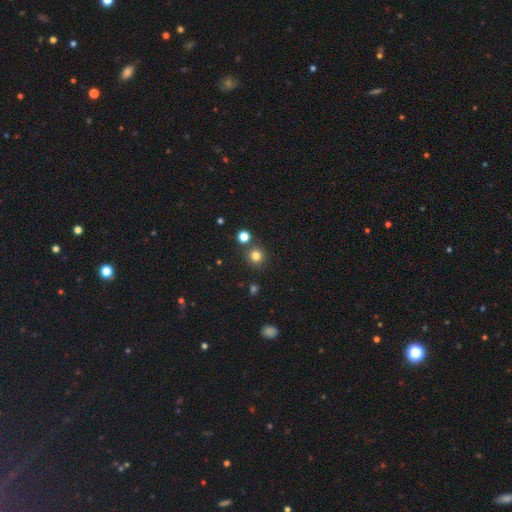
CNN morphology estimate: smooth_or_featured: smooth (p=0.79) [alt: star or artifact p=0.15]
how_rounded: round (p=0.91) [alt: in between p=0.08]
merging: none (p=0.81) [alt: merger p=0.09]